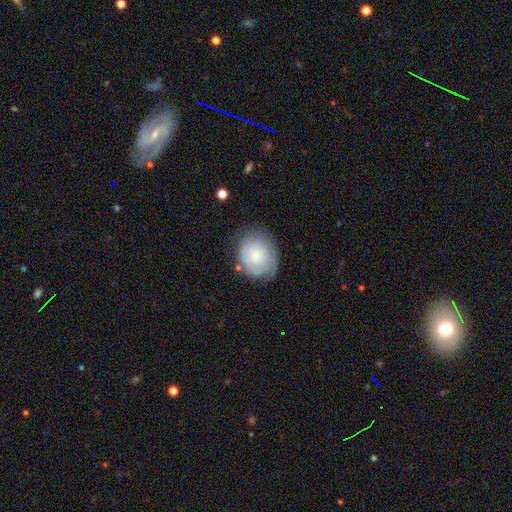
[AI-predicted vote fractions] A featured or disk galaxy (49%).

Vote fractions:
- Smooth or featured? featured or disk: 49% / smooth: 44% / star or artifact: 7%
- Merging? none: 67% / minor disturbance: 23% / major disturbance: 7% / merger: 2%